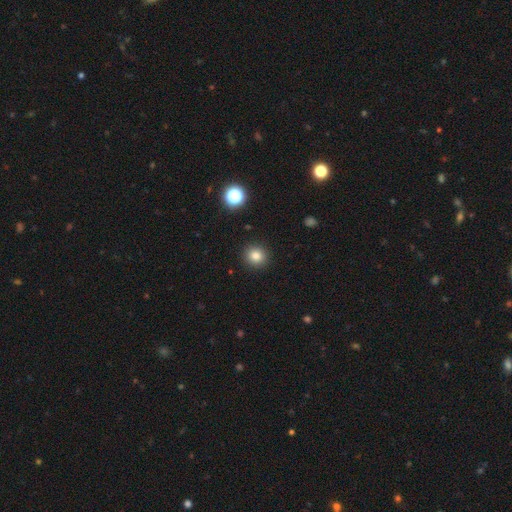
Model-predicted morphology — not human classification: This appears to be a smooth galaxy with no disk features (82%) that is round (88%). Merging: none (91%).